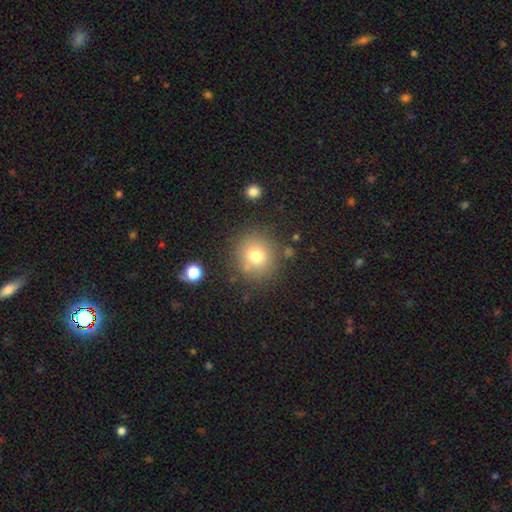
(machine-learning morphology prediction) smooth 76%, star or artifact 13%, featured or disk 11%. Down the decision tree: how rounded — round (88%); merging — none (80%).